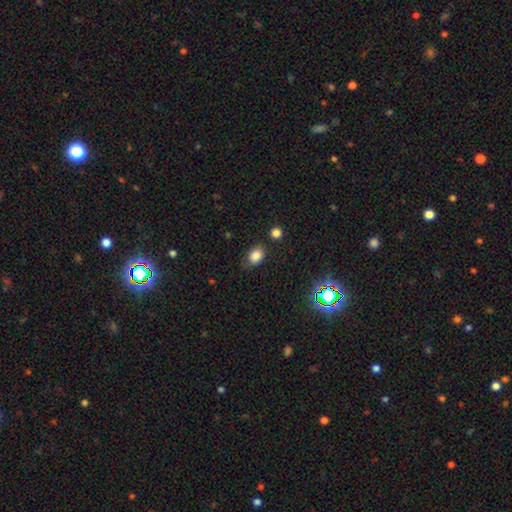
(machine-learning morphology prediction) Q: Smooth or featured?
A: smooth (84%); runner-up: star or artifact (11%)
Q: How rounded?
A: in between (65%); runner-up: round (34%)
Q: Merging?
A: none (75%); runner-up: minor disturbance (17%)